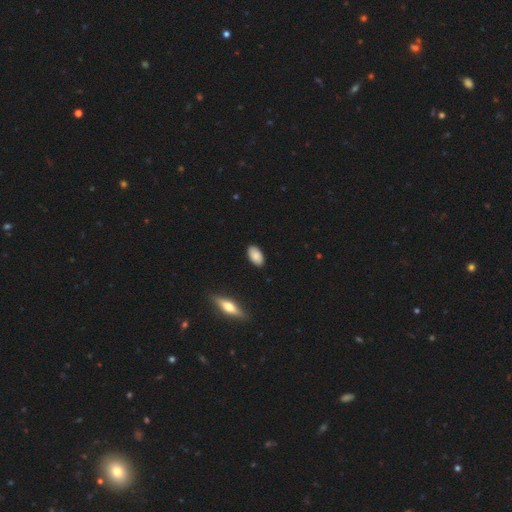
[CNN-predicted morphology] smooth-or-featured: smooth: 87% | featured or disk: 6% | star or artifact: 6%
  how-rounded: in between: 94% | round: 3% | cigar-shaped: 3%
  merging: none: 89% | minor disturbance: 9% | major disturbance: 2% | merger: 1%